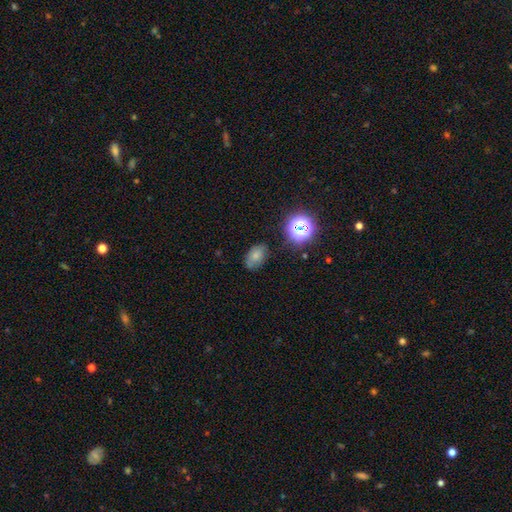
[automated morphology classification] This is likely a smooth galaxy (69%). How rounded: clearly in between (83%). Merging: likely none (69%).